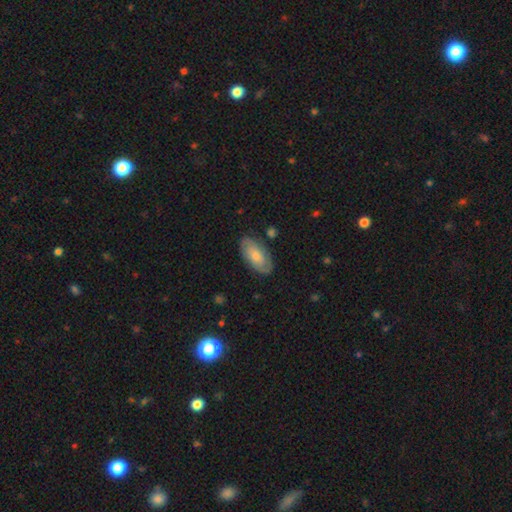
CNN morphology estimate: smooth-or-featured: smooth: 52% | featured or disk: 42% | star or artifact: 6%
  how-rounded: in between: 93% | cigar-shaped: 4% | round: 3%
  merging: none: 81% | minor disturbance: 14% | major disturbance: 3% | merger: 2%